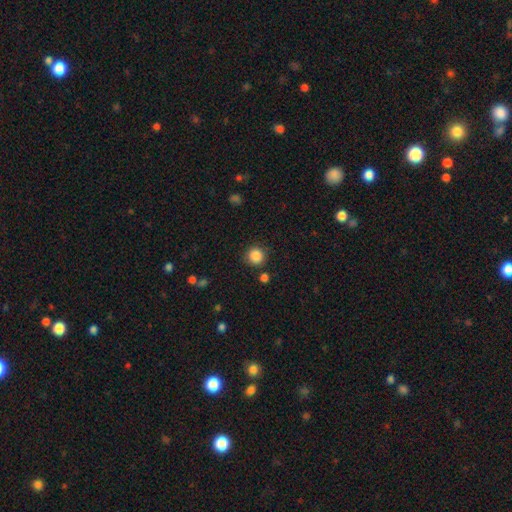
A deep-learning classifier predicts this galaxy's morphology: Smooth or featured?
  - smooth: 87% *
  - star or artifact: 10%
  - featured or disk: 3%
How rounded?
  - round: 93% *
  - in between: 6%
  - cigar-shaped: 1%
Merging?
  - none: 85% *
  - minor disturbance: 8%
  - merger: 3%
  - major disturbance: 3%